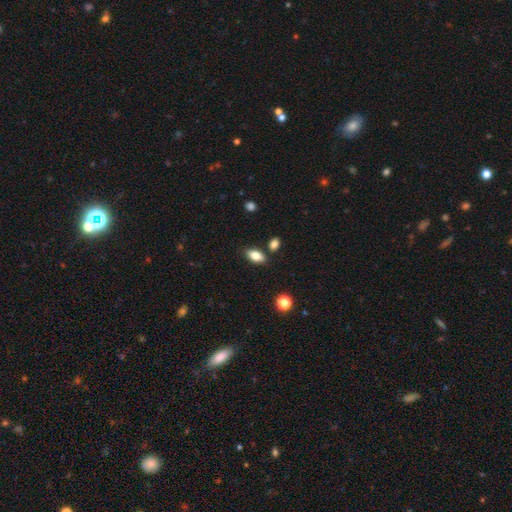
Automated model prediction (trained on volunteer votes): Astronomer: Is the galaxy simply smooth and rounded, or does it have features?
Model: smooth — 80%.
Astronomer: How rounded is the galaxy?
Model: in between — 89%.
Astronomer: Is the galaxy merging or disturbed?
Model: none — 83%.